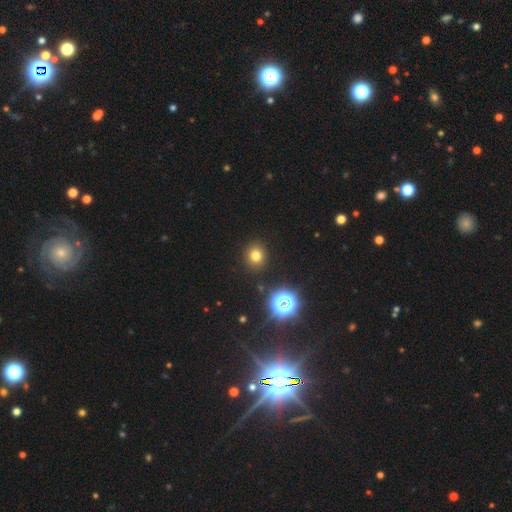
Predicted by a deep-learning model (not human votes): Smooth or featured? smooth (76%)
How rounded? round (85%)
Merging? none (91%)